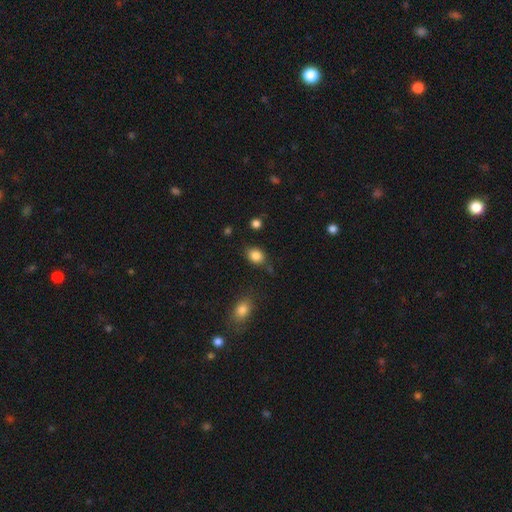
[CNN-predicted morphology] This is clearly a smooth galaxy (85%). How rounded: possibly in between (53%). Merging: likely none (75%).